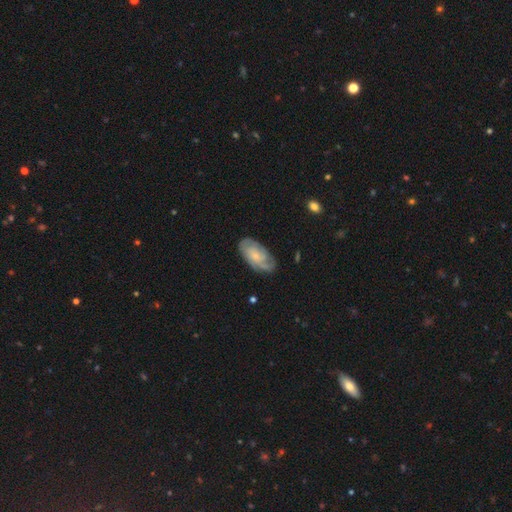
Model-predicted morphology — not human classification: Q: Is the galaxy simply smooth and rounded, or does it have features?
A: featured or disk — 63%.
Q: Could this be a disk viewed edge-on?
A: no — 95%.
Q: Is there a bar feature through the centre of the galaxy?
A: no — 70%.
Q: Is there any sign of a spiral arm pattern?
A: yes — 89%.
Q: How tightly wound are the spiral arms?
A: tight — 52%.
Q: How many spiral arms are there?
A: can't tell — 39%.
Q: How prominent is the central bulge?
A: small — 54%.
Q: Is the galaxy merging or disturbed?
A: none — 72%.